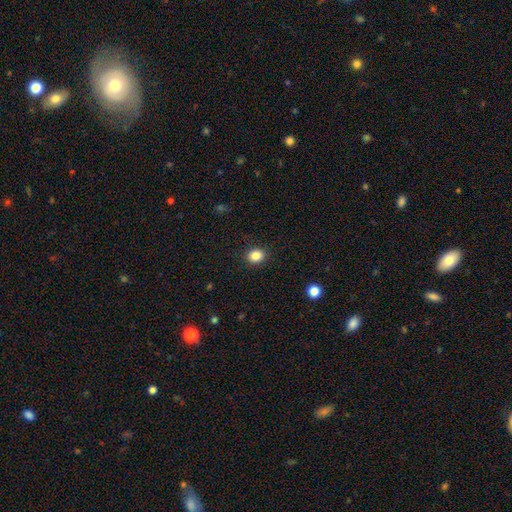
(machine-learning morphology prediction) Smooth or featured? Predicted: smooth (p=0.85). How rounded? Predicted: round (p=0.70). Merging? Predicted: none (p=0.90).